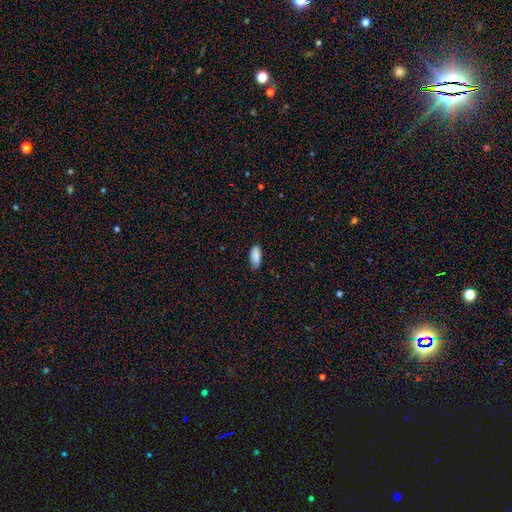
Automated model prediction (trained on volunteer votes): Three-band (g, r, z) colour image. It shows a smooth galaxy with no disk features (89%) that is in between round and cigar-shaped (89%). Merging: none (76%).